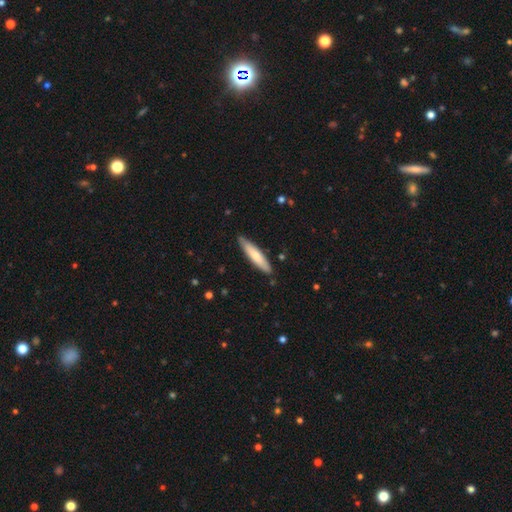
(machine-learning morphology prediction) The model was most divided on "smooth or featured": smooth: 69%, featured or disk: 26%, star or artifact: 5%. More confident: merging — none (87%); how rounded — cigar-shaped (84%).